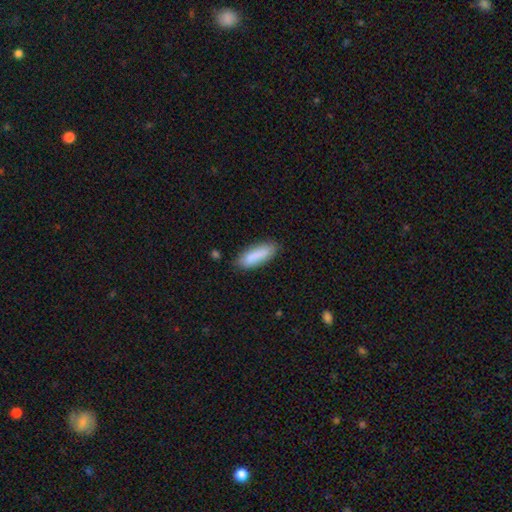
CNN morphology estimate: Smooth or featured: smooth — 86% (featured or disk — 8%)
How rounded: in between — 57% (cigar-shaped — 42%)
Merging: none — 79% (minor disturbance — 16%)